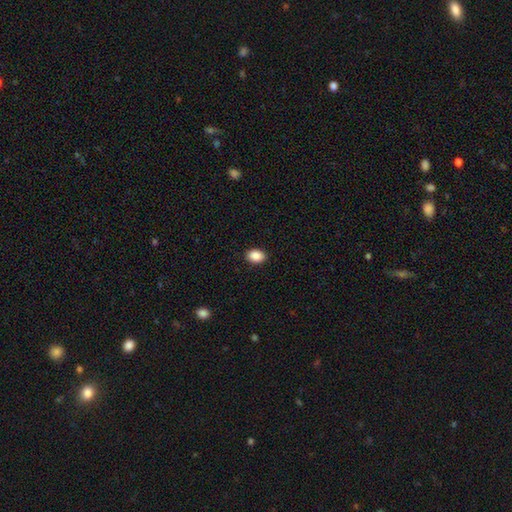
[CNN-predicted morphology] A smooth galaxy with no disk features (89%) that is in between round and cigar-shaped (76%). Merging: none (90%).